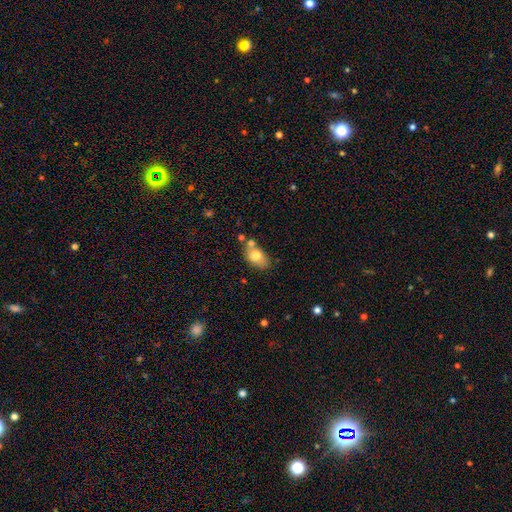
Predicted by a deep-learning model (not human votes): A smooth galaxy with no disk features (75%) that is in between round and cigar-shaped (88%). Merging: none (55%).